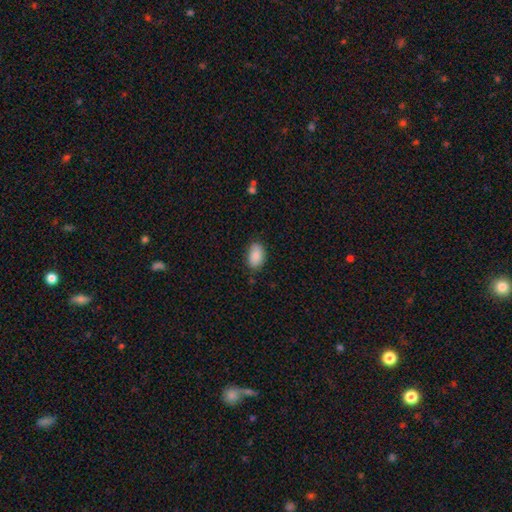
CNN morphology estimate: type=smooth (88%); roundness=in between (91%); merging=none (82%).